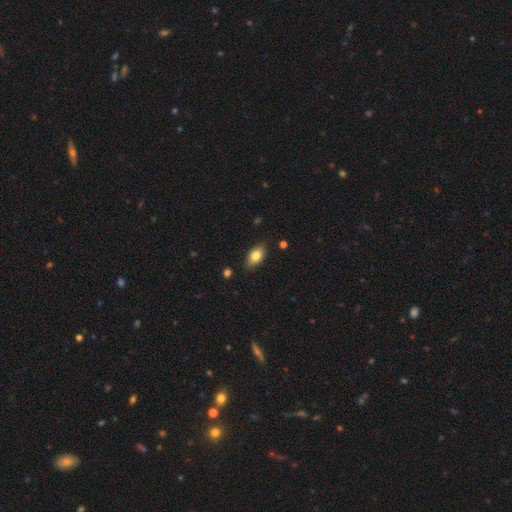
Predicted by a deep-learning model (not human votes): Smooth or featured?
  - smooth: 82% *
  - featured or disk: 11%
  - star or artifact: 8%
How rounded?
  - in between: 90% *
  - round: 6%
  - cigar-shaped: 4%
Merging?
  - none: 86% *
  - minor disturbance: 11%
  - major disturbance: 2%
  - merger: 1%